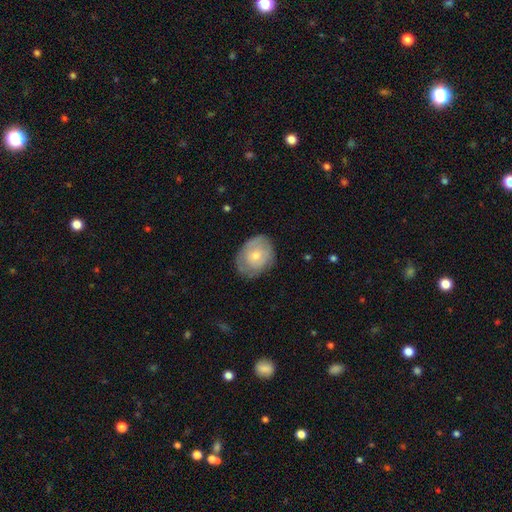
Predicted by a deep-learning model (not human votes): smooth_or_featured: smooth (p=0.59) [alt: featured or disk p=0.35]
how_rounded: in between (p=0.58) [alt: round p=0.41]
merging: none (p=0.72) [alt: minor disturbance p=0.21]